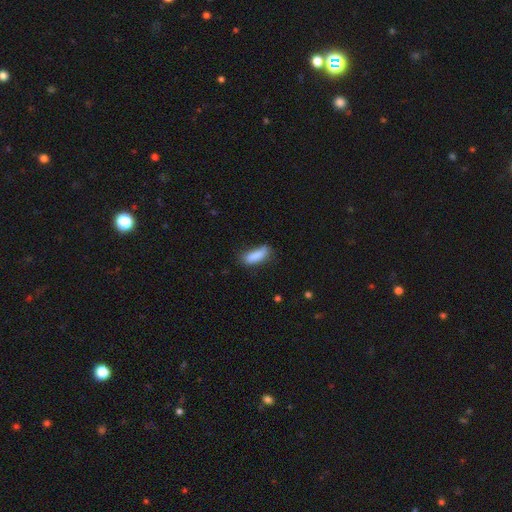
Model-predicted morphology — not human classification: Smooth or featured? smooth (85%)
How rounded? in between (58%)
Merging? none (61%)